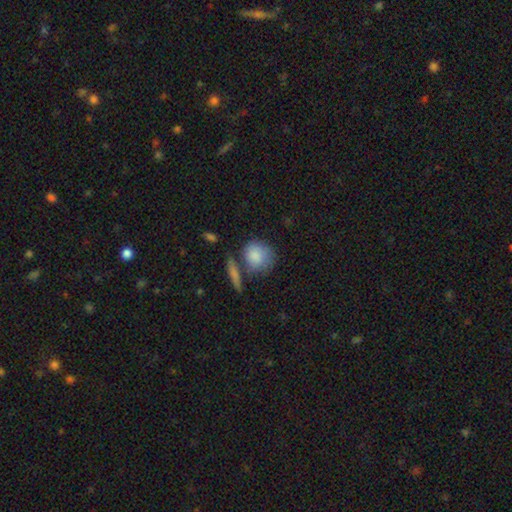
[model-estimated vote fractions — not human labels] Smooth or featured? smooth (84%)
How rounded? round (74%)
Merging? none (56%)